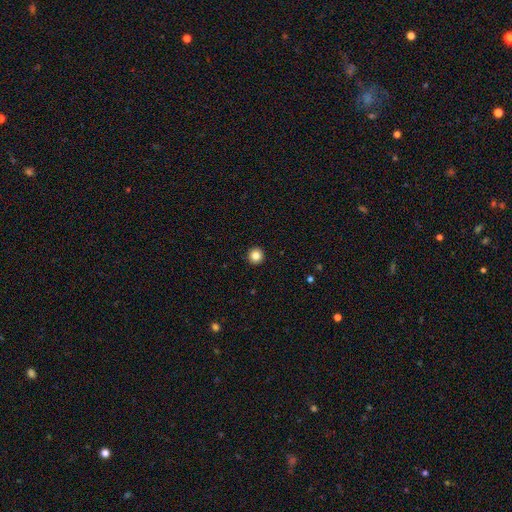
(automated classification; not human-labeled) Overall: smooth (85%). How rounded: round (96%). Merging: none (94%).